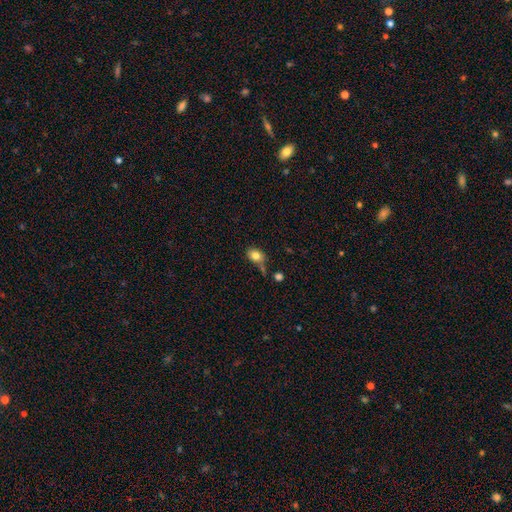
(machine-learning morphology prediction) Smooth or featured: smooth — 81% (star or artifact — 10%)
How rounded: in between — 62% (round — 37%)
Merging: none — 52% (minor disturbance — 23%)